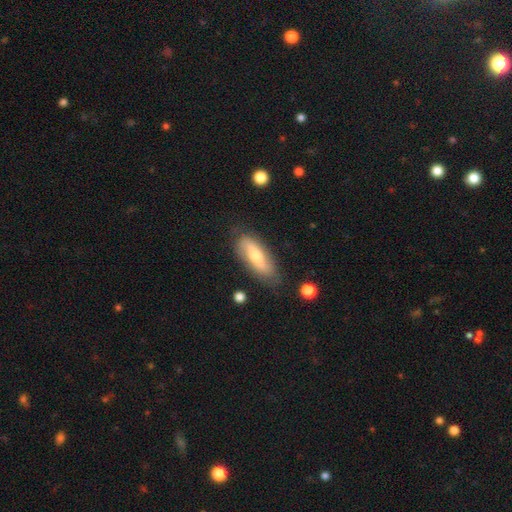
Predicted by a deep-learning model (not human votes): Smooth or featured: featured or disk — 48% (smooth — 45%)
Merging: none — 78% (minor disturbance — 16%)